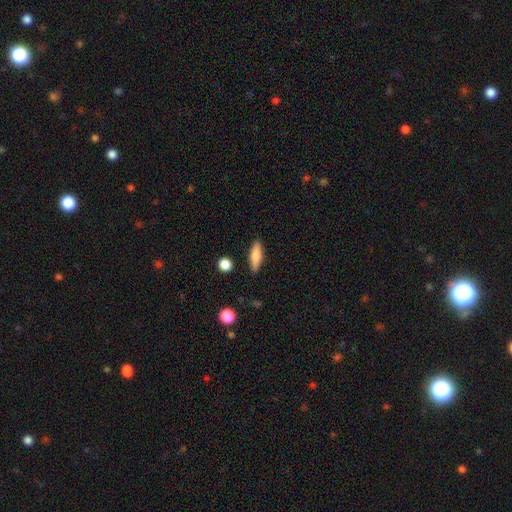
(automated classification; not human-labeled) Smooth or featured?
  - smooth: 75% *
  - featured or disk: 18%
  - star or artifact: 7%
How rounded?
  - cigar-shaped: 55% *
  - in between: 42%
  - round: 3%
Merging?
  - none: 86% *
  - minor disturbance: 9%
  - major disturbance: 2%
  - merger: 2%